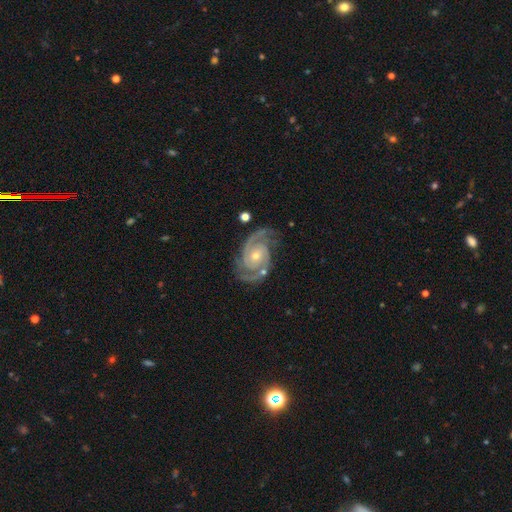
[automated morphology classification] Smooth or featured? Predicted: featured or disk (p=0.93). Edge-on disk? Predicted: no (p=0.98). Bar? Predicted: no (p=0.67). Spiral arms? Predicted: yes (p=0.99). Spiral winding? Predicted: tight (p=0.47). Spiral arm count? Predicted: 2 (p=0.87). Bulge size? Predicted: small (p=0.55). Merging? Predicted: none (p=0.78).